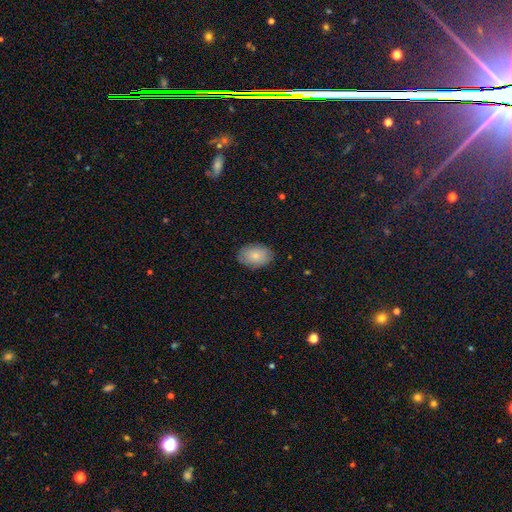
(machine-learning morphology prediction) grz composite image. It shows a smooth galaxy with no disk features (82%) that is in between round and cigar-shaped (83%). Merging: none (85%).